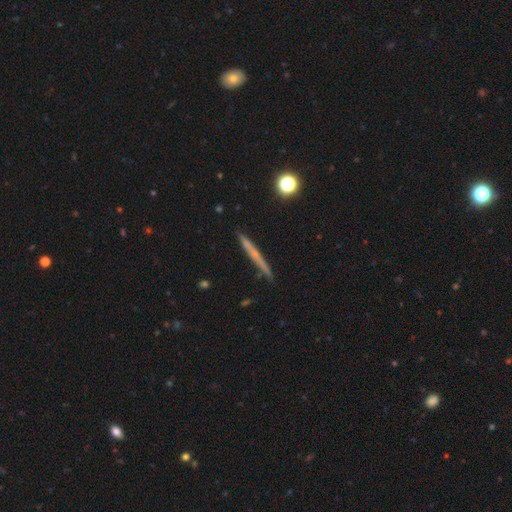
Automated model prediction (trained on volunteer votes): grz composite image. It shows a smooth galaxy with no disk features (50%) that is cigar-shaped (95%). Merging: none (88%).